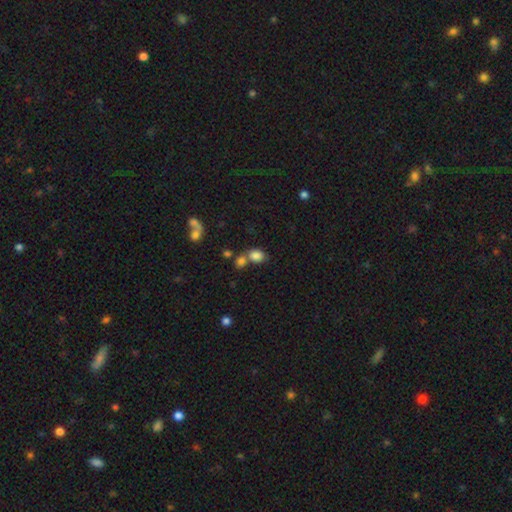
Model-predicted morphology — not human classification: Smooth or featured? Predicted: smooth (p=0.82). How rounded? Predicted: in between (p=0.58). Merging? Predicted: none (p=0.45).